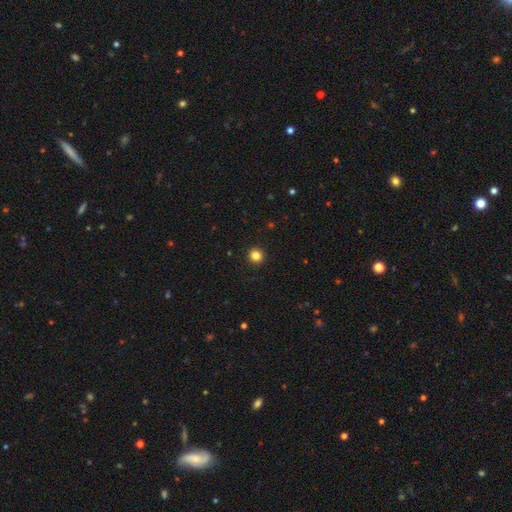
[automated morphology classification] This appears to be a smooth galaxy with no disk features (84%) that is round (94%). Merging: none (93%).